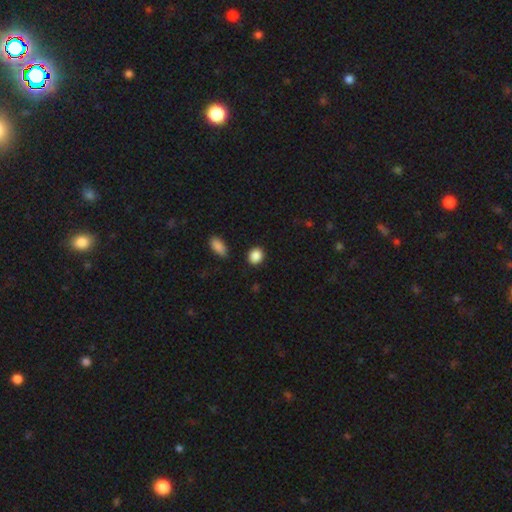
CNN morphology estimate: Smooth or featured?
  - smooth: 89% *
  - star or artifact: 8%
  - featured or disk: 3%
How rounded?
  - round: 67% *
  - in between: 32%
  - cigar-shaped: 1%
Merging?
  - none: 88% *
  - minor disturbance: 8%
  - major disturbance: 2%
  - merger: 2%